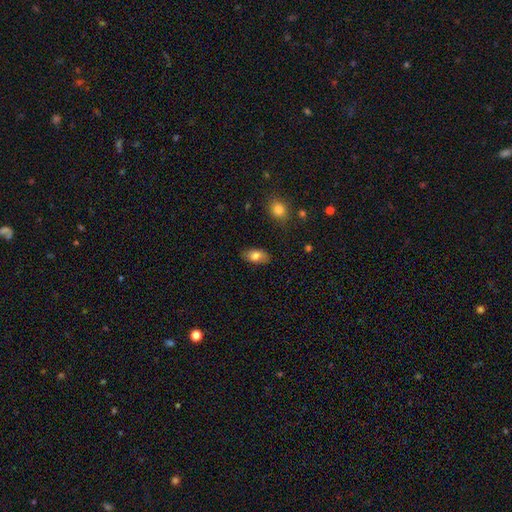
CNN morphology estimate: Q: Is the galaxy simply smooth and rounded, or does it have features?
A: smooth — 79%.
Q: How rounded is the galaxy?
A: in between — 92%.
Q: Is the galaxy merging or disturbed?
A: none — 83%.